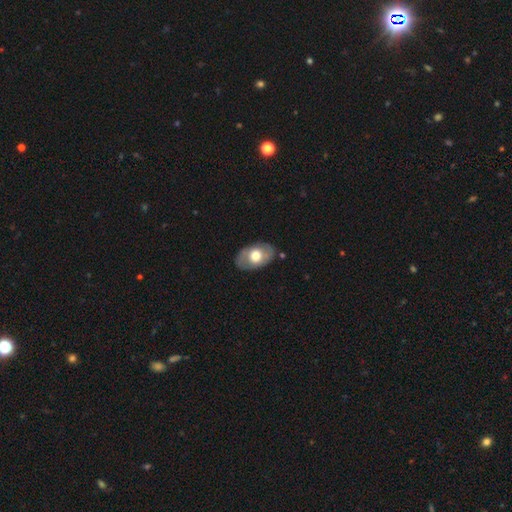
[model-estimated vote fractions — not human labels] Smooth or featured: smooth — 55% (featured or disk — 40%)
How rounded: in between — 90% (round — 9%)
Merging: none — 81% (minor disturbance — 14%)